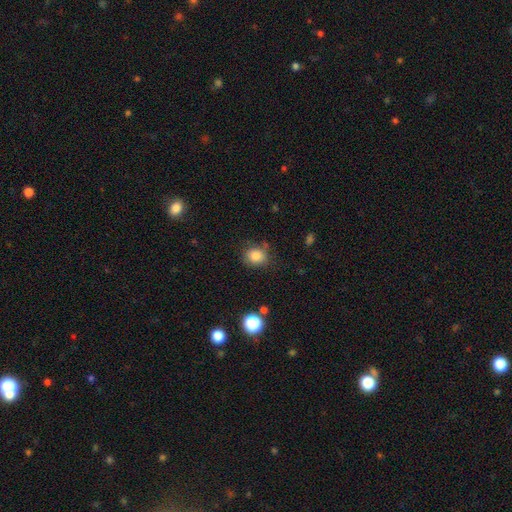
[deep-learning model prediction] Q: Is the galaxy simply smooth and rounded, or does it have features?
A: smooth — 83%.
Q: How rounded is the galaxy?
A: round — 68%.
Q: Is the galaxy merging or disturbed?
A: none — 77%.